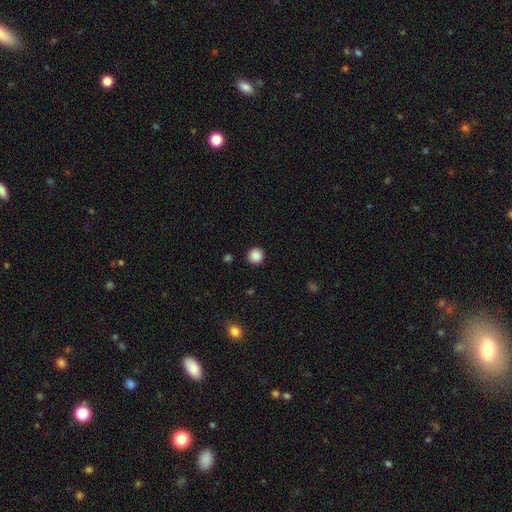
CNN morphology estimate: smooth-or-featured: smooth: 87% | star or artifact: 10% | featured or disk: 3%
  how-rounded: round: 94% | in between: 5% | cigar-shaped: 1%
  merging: none: 90% | minor disturbance: 6% | major disturbance: 2% | merger: 1%